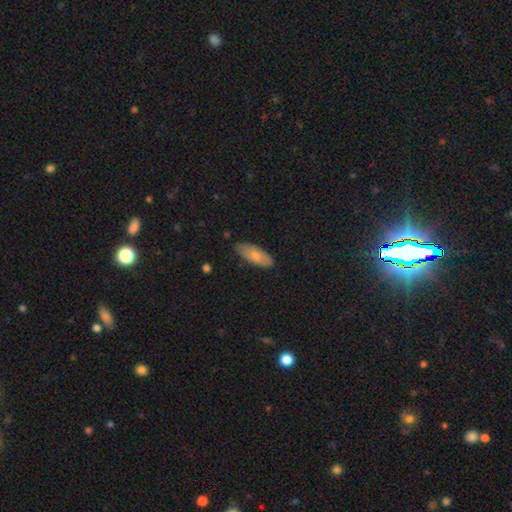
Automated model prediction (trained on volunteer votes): Smooth or featured?
  - smooth: 74% *
  - featured or disk: 20%
  - star or artifact: 6%
How rounded?
  - in between: 80% *
  - cigar-shaped: 18%
  - round: 2%
Merging?
  - none: 76% *
  - minor disturbance: 20%
  - major disturbance: 3%
  - merger: 1%